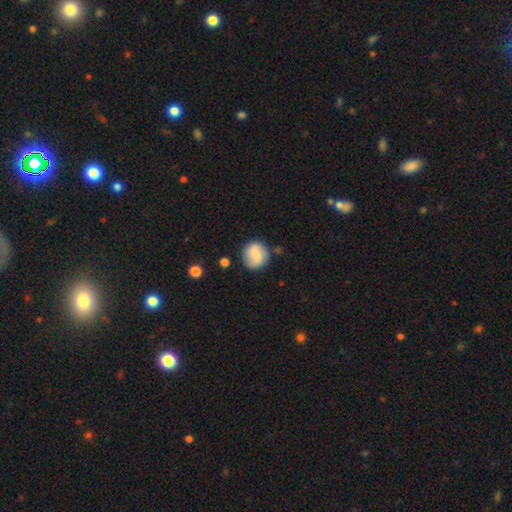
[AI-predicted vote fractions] Q: Smooth or featured?
A: smooth (69%); runner-up: featured or disk (23%)
Q: How rounded?
A: round (89%); runner-up: in between (10%)
Q: Merging?
A: none (78%); runner-up: minor disturbance (14%)